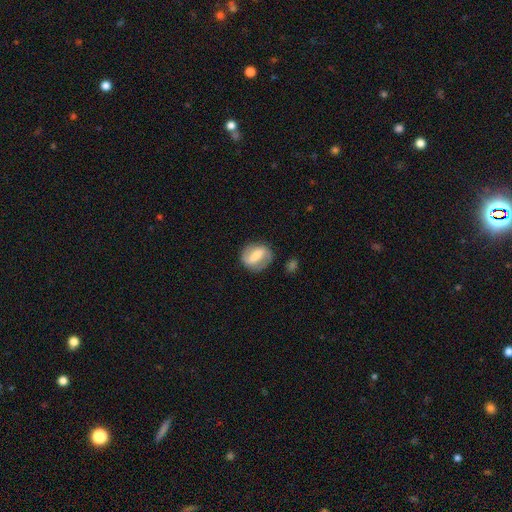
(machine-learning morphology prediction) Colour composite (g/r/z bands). It shows a featured or disk galaxy (64%) with a strong bar (59%), spiral arms (77%) and a moderate central bulge (40%). Merging: none (78%).